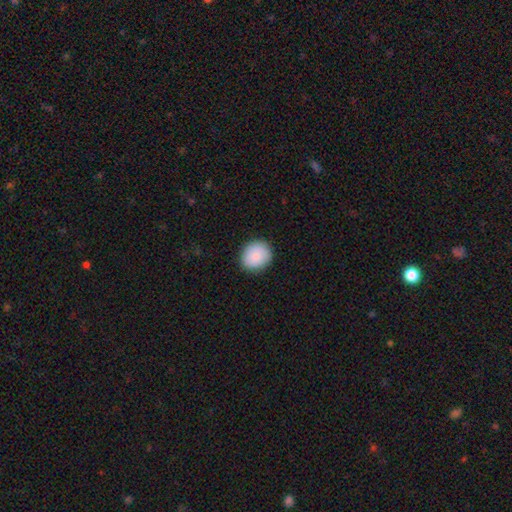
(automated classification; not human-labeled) The model was most divided on "how rounded": round: 79%, in between: 20%, cigar-shaped: 1%. More confident: merging — none (88%); smooth or featured — smooth (86%).